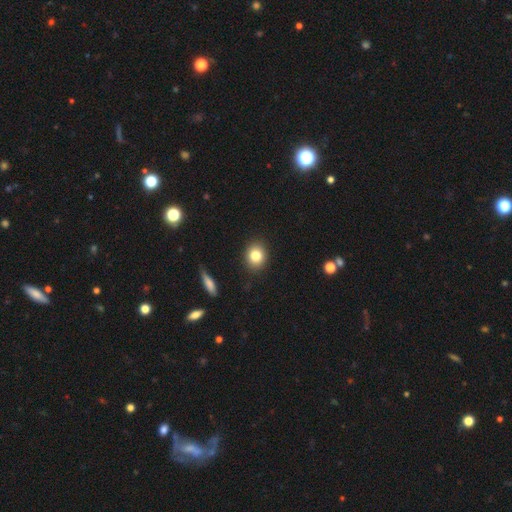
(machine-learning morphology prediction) The model was most divided on "how rounded": round: 68%, in between: 30%, cigar-shaped: 1%. More confident: merging — none (89%); smooth or featured — smooth (82%).